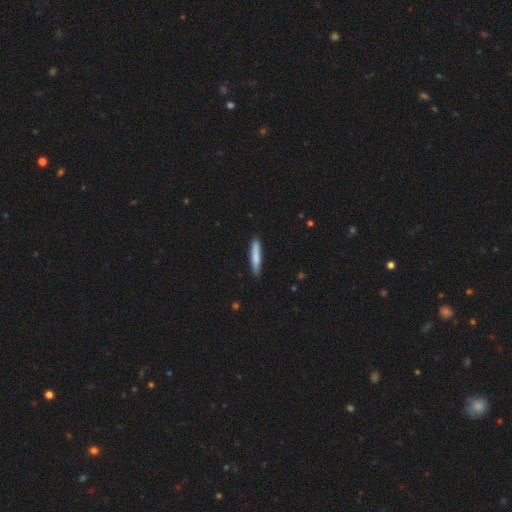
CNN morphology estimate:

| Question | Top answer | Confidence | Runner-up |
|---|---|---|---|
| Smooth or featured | smooth | 80% | featured or disk (14%) |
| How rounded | cigar-shaped | 90% | in between (9%) |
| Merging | none | 84% | minor disturbance (12%) |